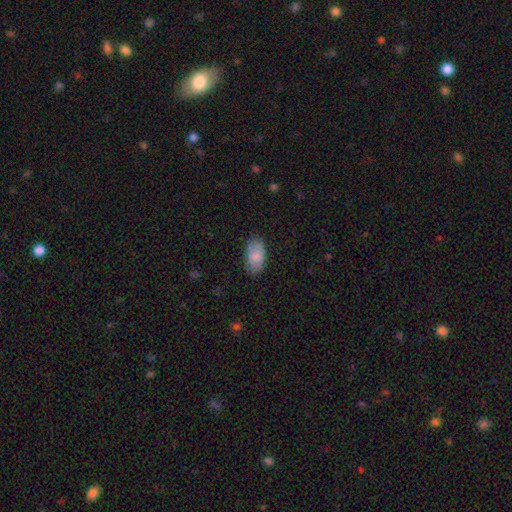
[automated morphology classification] This appears to be a smooth galaxy with no disk features (82%) that is in between round and cigar-shaped (95%). Merging: none (82%).